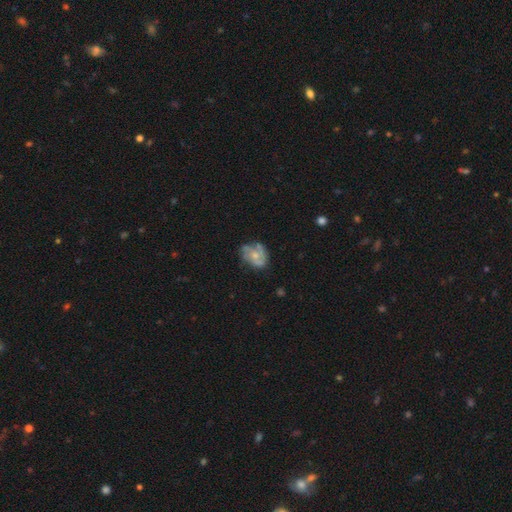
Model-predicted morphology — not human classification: Overall: featured or disk (64%; smooth 28%). Edge-on disk: no (98%). Bar: no (80%). Spiral arms: yes (68%; no 32%). Bulge size: small (49%; moderate 41%). Merging: none (57%; minor disturbance 25%).